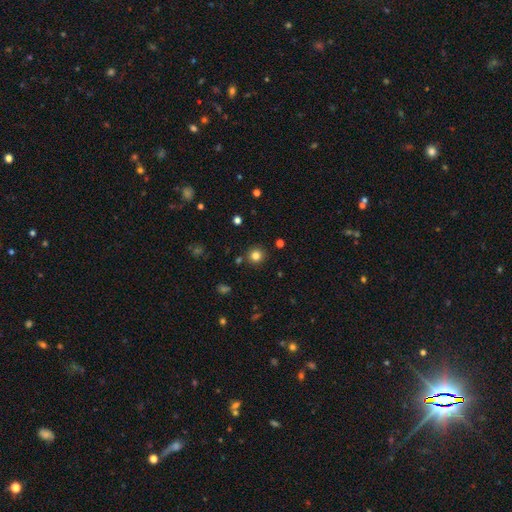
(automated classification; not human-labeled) Overall: smooth (81%). How rounded: round (94%). Merging: none (88%).